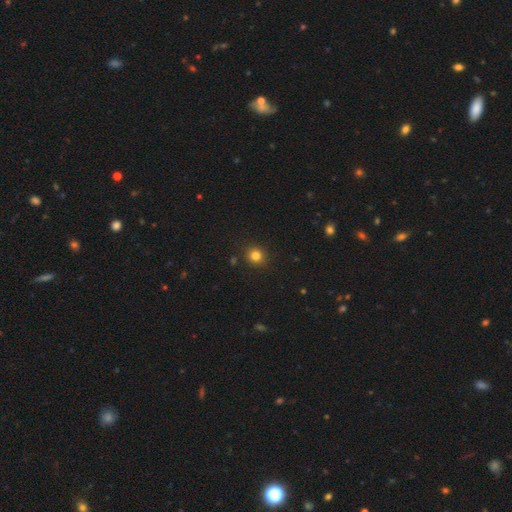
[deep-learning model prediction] Smooth or featured?
  - smooth: 81% *
  - star or artifact: 13%
  - featured or disk: 5%
How rounded?
  - round: 87% *
  - in between: 12%
  - cigar-shaped: 1%
Merging?
  - none: 90% *
  - minor disturbance: 6%
  - major disturbance: 2%
  - merger: 1%